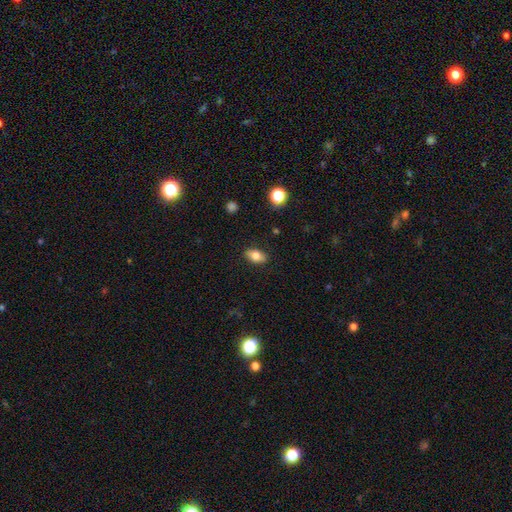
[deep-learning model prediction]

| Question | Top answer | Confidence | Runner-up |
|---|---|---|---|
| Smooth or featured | smooth | 79% | featured or disk (13%) |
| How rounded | in between | 88% | round (9%) |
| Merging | none | 87% | minor disturbance (10%) |